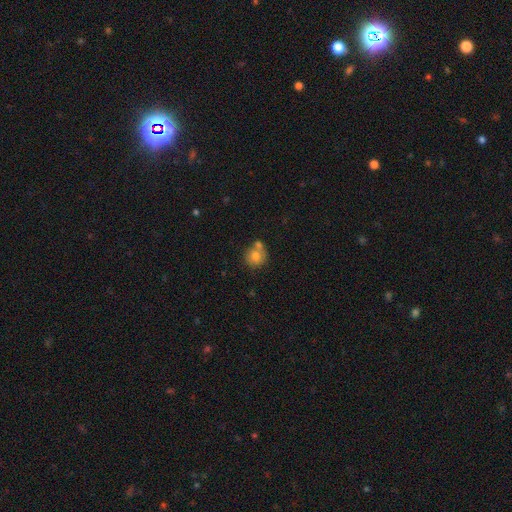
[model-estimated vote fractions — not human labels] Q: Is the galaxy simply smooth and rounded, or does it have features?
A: smooth — 75%.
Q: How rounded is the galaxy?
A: round — 88%.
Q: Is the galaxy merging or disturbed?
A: none — 57%.